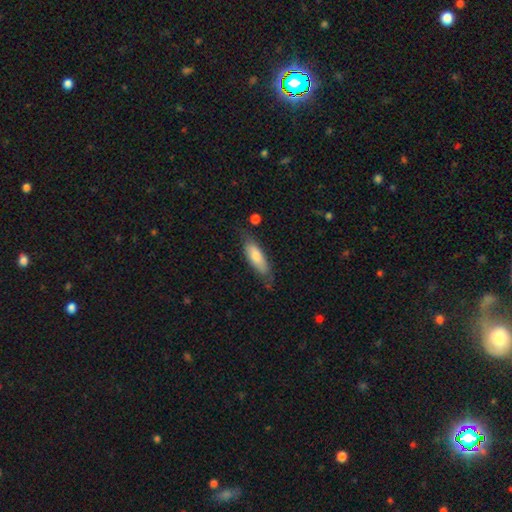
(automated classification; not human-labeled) A smooth galaxy with no disk features (73%) that is in between round and cigar-shaped (54%). Merging: none (67%).